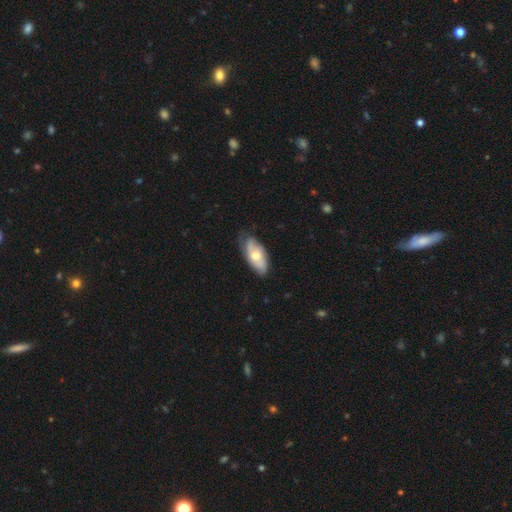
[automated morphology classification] Overall: smooth (48%; featured or disk 46%). Merging: none (67%).